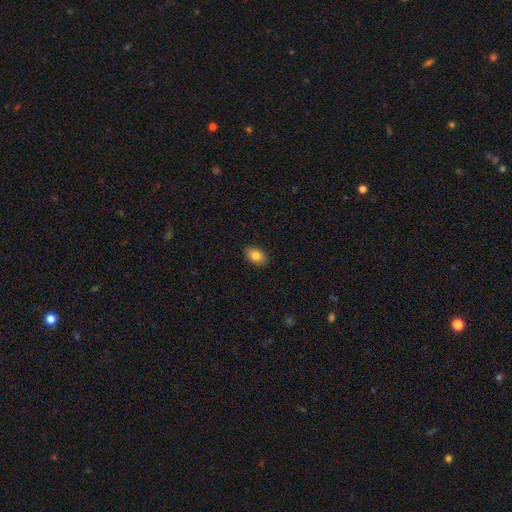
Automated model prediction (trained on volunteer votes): This appears to be a smooth galaxy with no disk features (83%) that is in between round and cigar-shaped (86%). Merging: none (89%).